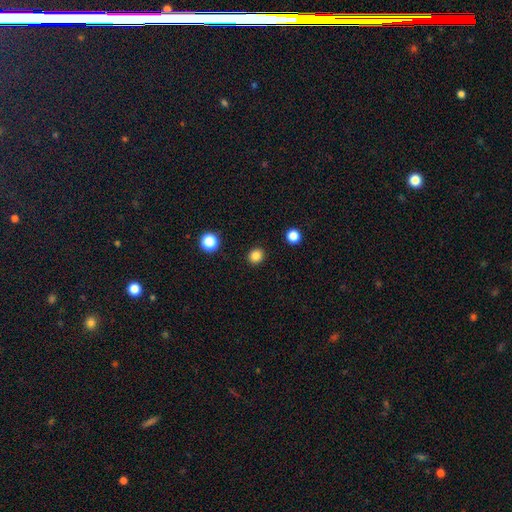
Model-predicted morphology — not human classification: A smooth galaxy with no disk features (85%) that is round (82%).

Vote fractions:
- Smooth or featured? smooth: 85% / star or artifact: 12% / featured or disk: 3%
- How rounded? round: 82% / in between: 17% / cigar-shaped: 1%
- Merging? none: 92% / minor disturbance: 5% / major disturbance: 2% / merger: 1%